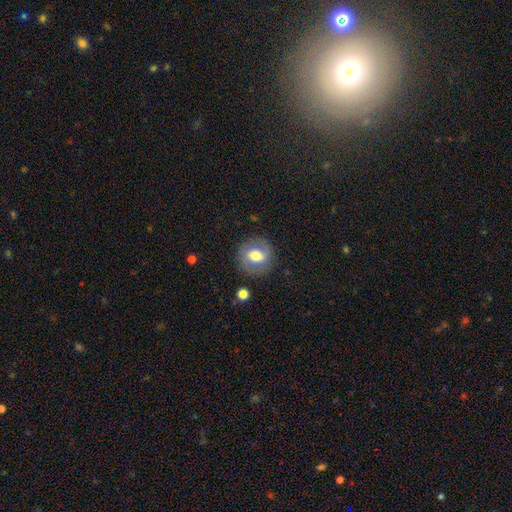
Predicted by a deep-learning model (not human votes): Smooth or featured? smooth (59%)
How rounded? round (80%)
Merging? none (83%)